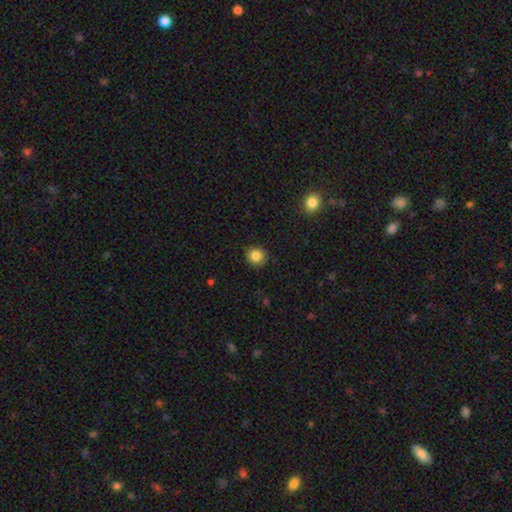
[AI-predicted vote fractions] Smooth or featured? smooth (84%)
How rounded? round (87%)
Merging? none (89%)